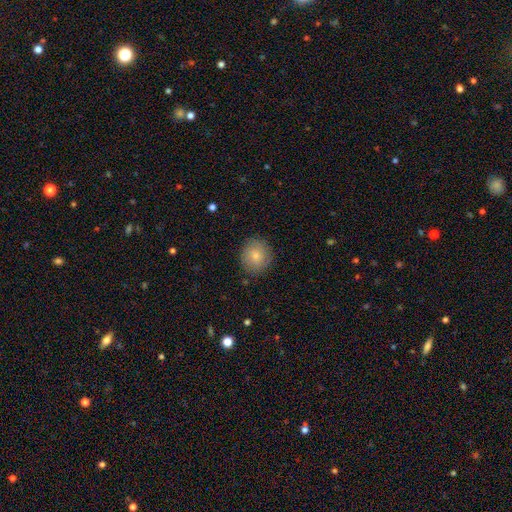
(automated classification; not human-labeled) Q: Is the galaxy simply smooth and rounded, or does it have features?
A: smooth — 81%.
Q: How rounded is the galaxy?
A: round — 84%.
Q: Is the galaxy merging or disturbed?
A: none — 86%.